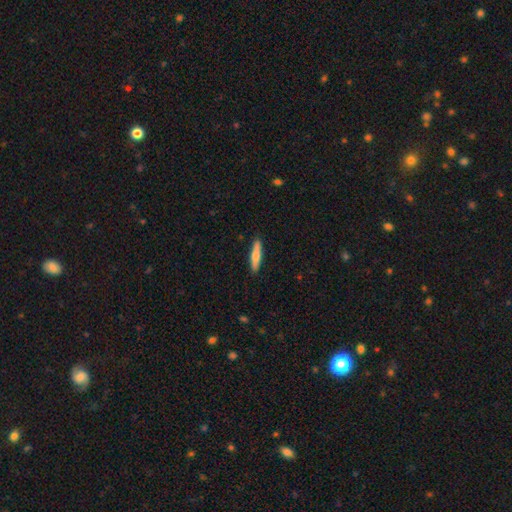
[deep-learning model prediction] Overall: smooth (64%; featured or disk 30%). How rounded: cigar-shaped (84%). Merging: none (89%).